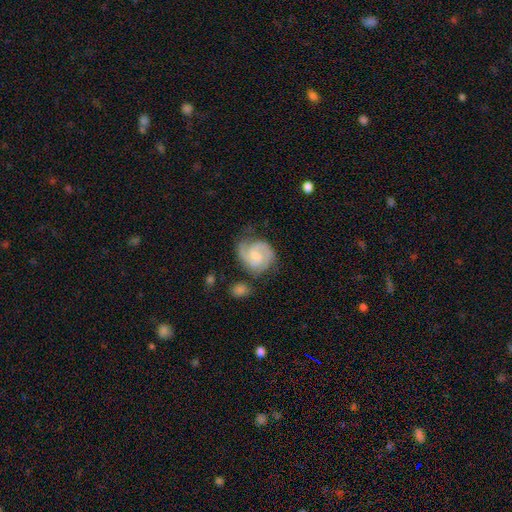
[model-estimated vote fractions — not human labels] Smooth or featured? featured or disk (84%)
Edge-on disk? no (98%)
Bar? no (48%)
Spiral arms? yes (97%)
Spiral winding? tight (48%)
Spiral arm count? 2 (68%)
Bulge size? small (53%)
Merging? none (67%)